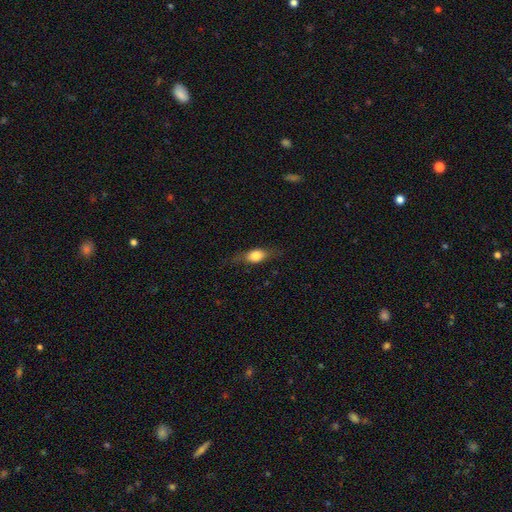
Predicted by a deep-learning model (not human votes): smooth-or-featured: smooth: 66% | featured or disk: 26% | star or artifact: 8%
  how-rounded: in between: 67% | cigar-shaped: 18% | round: 15%
  merging: none: 72% | minor disturbance: 19% | major disturbance: 7% | merger: 1%